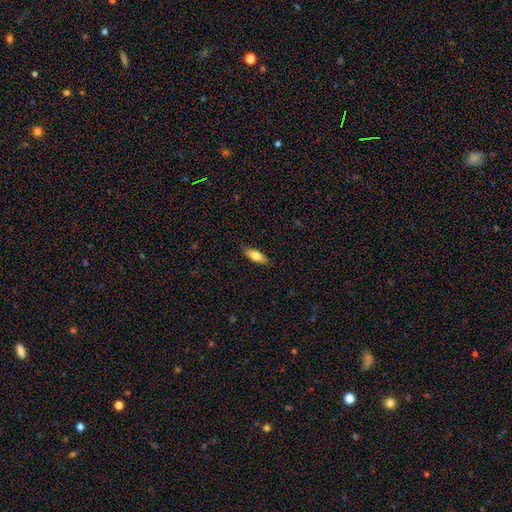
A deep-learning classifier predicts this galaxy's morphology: type=smooth (74%); roundness=in between (68%); merging=none (87%).